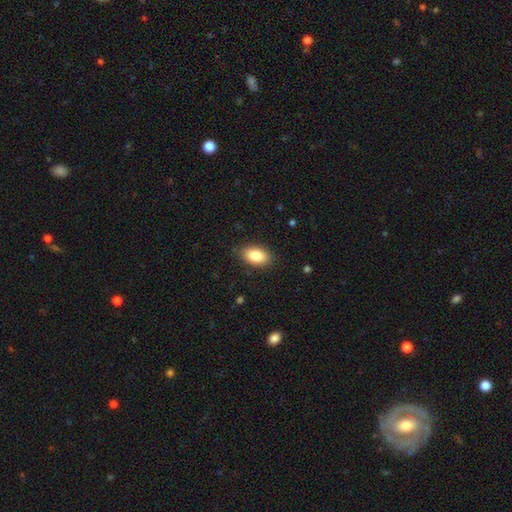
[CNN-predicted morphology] Smooth or featured? smooth (84%)
How rounded? in between (92%)
Merging? none (87%)